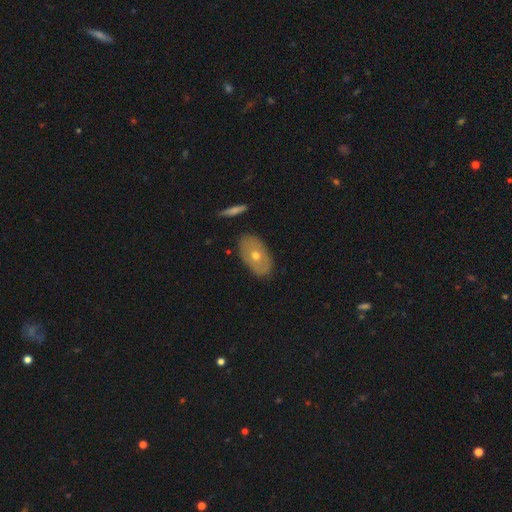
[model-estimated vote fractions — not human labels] This is possibly a smooth galaxy (49%). Merging: clearly none (84%).